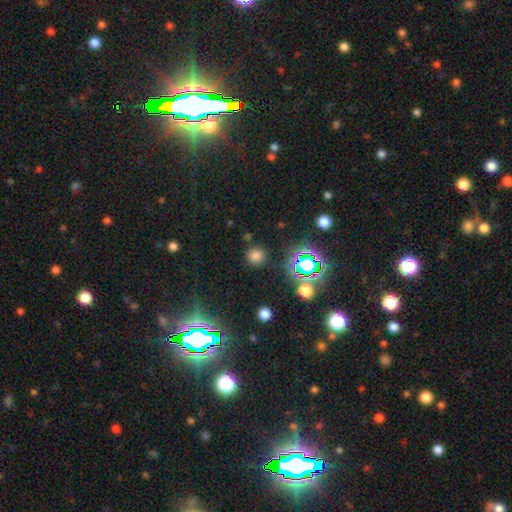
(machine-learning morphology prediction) Smooth or featured? smooth (68%)
How rounded? round (89%)
Merging? none (85%)